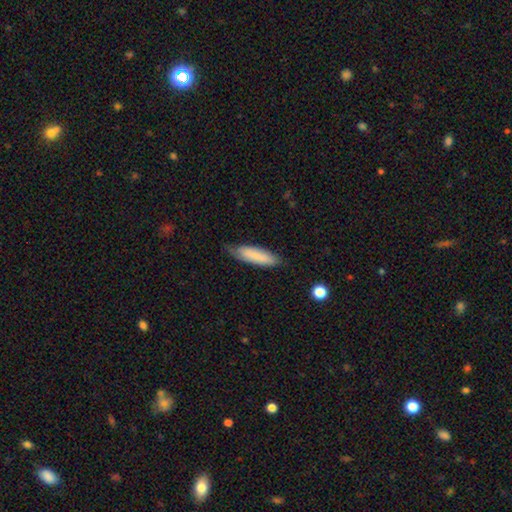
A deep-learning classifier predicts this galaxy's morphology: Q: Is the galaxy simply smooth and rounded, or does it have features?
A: smooth — 79%.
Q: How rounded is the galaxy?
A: cigar-shaped — 57%.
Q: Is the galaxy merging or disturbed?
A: none — 70%.